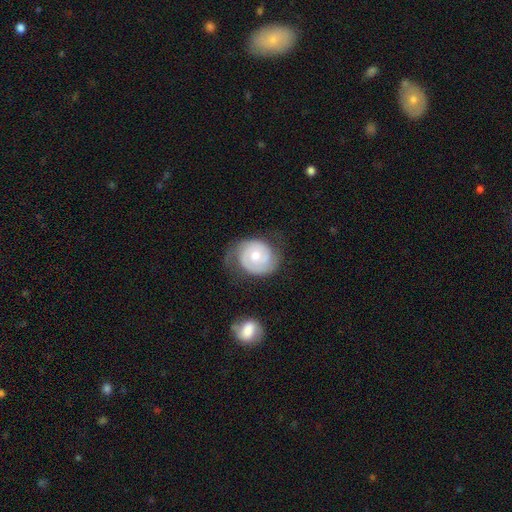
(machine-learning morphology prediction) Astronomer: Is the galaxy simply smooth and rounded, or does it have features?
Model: featured or disk — 73%.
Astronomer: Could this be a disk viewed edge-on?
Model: no — 98%.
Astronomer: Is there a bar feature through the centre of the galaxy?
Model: no — 73%.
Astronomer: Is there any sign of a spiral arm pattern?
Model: yes — 90%.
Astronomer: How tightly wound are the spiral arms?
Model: tight — 60%.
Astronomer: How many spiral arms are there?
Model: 2 — 67%.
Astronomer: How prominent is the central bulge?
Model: moderate — 62%.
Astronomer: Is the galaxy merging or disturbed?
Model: none — 58%.